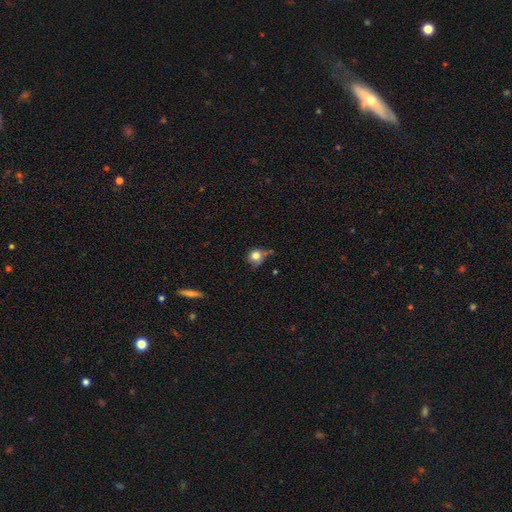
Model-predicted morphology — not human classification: A smooth galaxy with no disk features (79%) that is round (82%). Merging: none (51%).